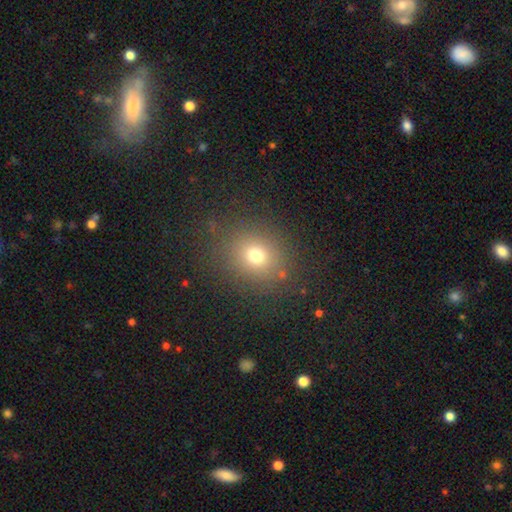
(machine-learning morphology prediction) Overall: smooth (72%). How rounded: round (75%). Merging: none (83%).